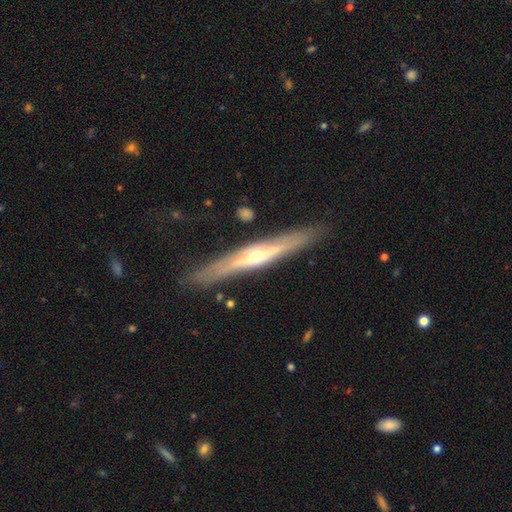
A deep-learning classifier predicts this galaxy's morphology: smooth-or-featured: featured or disk: 72% | smooth: 23% | star or artifact: 5%
  disk-edge-on: yes: 91% | no: 9%
    edge-on-bulge: rounded: 87% | none: 9% | boxy: 4%
  merging: none: 85% | minor disturbance: 11% | major disturbance: 3% | merger: 2%